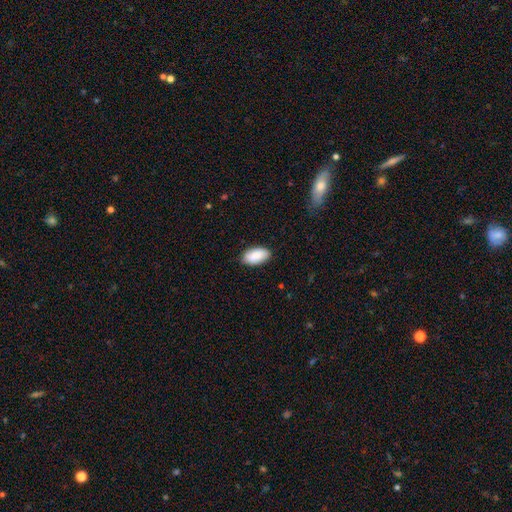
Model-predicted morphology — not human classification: This appears to be a smooth galaxy with no disk features (90%) that is in between round and cigar-shaped (95%). Merging: none (86%).